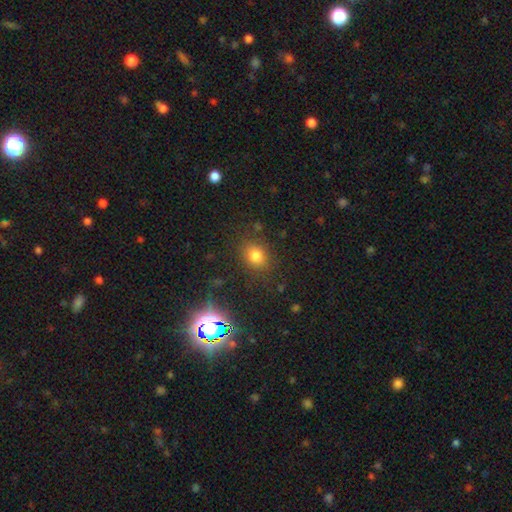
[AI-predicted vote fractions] Smooth or featured?
  - smooth: 76% *
  - star or artifact: 17%
  - featured or disk: 8%
How rounded?
  - in between: 50% *
  - round: 49%
  - cigar-shaped: 1%
Merging?
  - none: 82% *
  - minor disturbance: 12%
  - major disturbance: 4%
  - merger: 3%